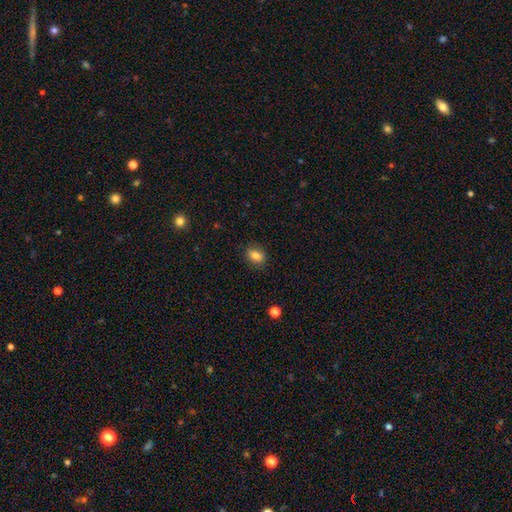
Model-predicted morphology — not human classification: smooth-or-featured: smooth: 81% | star or artifact: 10% | featured or disk: 9%
  how-rounded: in between: 68% | round: 30% | cigar-shaped: 2%
  merging: none: 85% | minor disturbance: 11% | major disturbance: 3% | merger: 1%